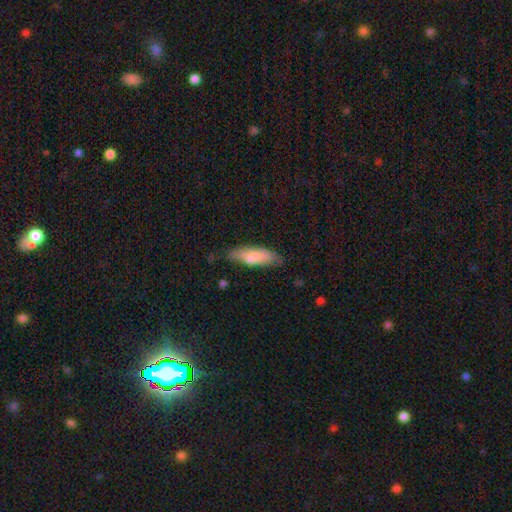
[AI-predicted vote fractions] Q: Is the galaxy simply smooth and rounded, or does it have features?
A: smooth — 73%.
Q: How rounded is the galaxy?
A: cigar-shaped — 50%.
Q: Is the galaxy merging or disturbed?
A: none — 67%.